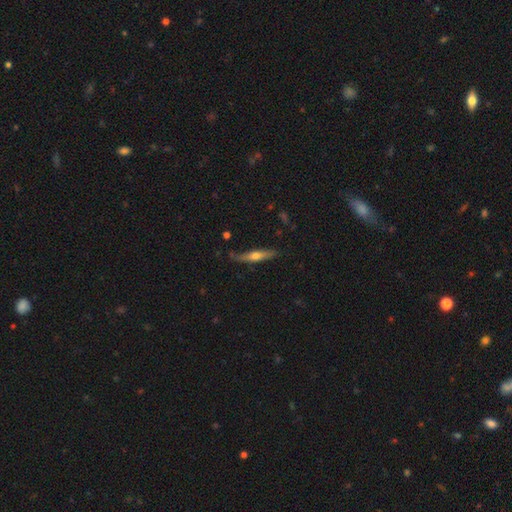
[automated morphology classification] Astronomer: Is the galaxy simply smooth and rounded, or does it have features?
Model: featured or disk — 52% (runner-up: smooth, 42%).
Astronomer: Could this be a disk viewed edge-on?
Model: yes — 91%.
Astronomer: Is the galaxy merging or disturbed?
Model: none — 76%.